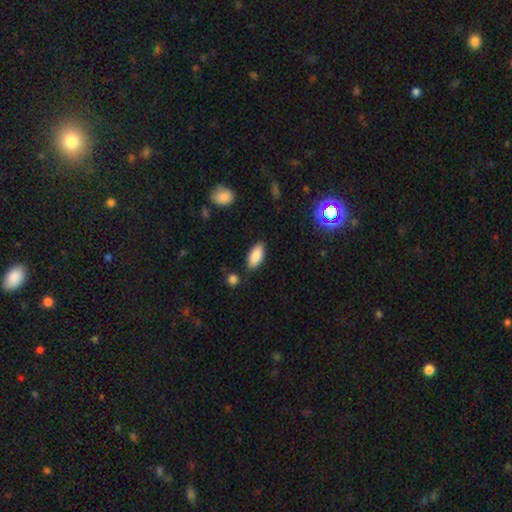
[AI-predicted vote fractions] Smooth or featured? smooth (85%)
How rounded? in between (88%)
Merging? none (82%)